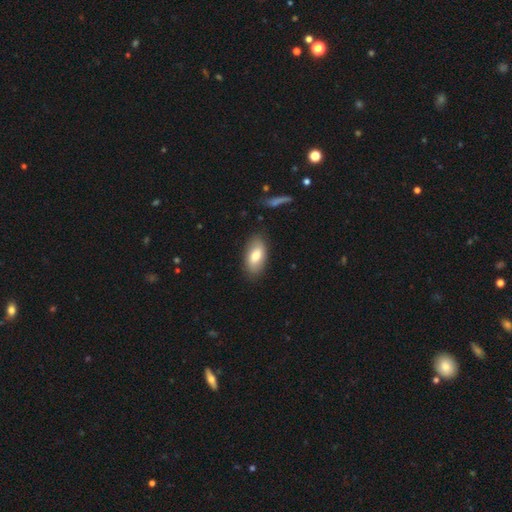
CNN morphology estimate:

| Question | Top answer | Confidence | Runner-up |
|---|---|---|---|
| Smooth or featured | smooth | 73% | featured or disk (20%) |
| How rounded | in between | 92% | cigar-shaped (4%) |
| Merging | none | 84% | minor disturbance (11%) |